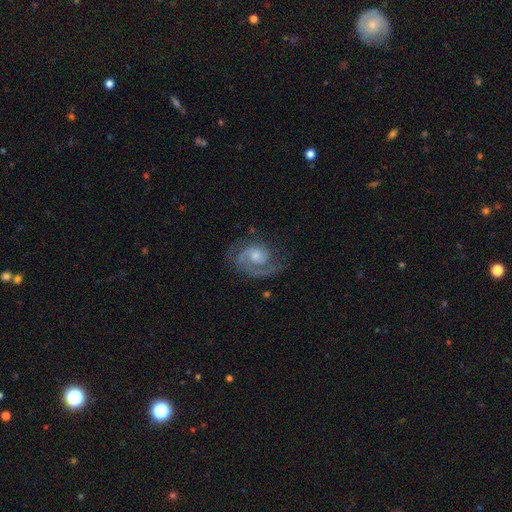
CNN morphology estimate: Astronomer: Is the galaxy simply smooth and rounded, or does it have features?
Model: featured or disk — 88%.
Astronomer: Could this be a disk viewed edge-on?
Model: no — 98%.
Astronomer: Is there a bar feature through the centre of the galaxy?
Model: no — 65%.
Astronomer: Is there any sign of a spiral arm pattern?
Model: yes — 97%.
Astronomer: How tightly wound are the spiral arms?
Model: medium — 45% (runner-up: tight, 44%).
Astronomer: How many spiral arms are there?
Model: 2 — 68%.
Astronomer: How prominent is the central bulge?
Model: moderate — 49% (runner-up: small, 39%).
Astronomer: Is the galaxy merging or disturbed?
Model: none — 71%.